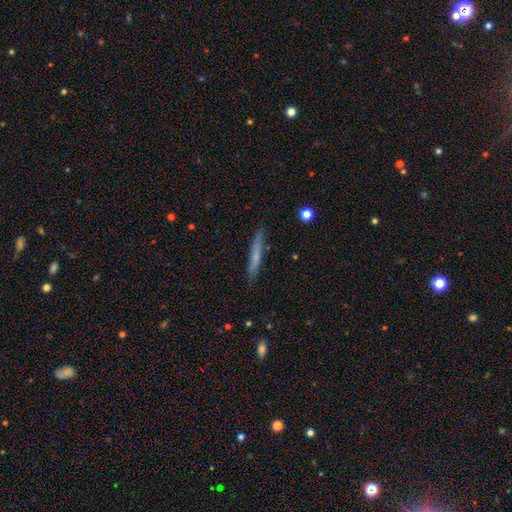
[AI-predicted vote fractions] A smooth galaxy with no disk features (58%) that is cigar-shaped (95%).

Vote fractions:
- Smooth or featured? smooth: 58% / featured or disk: 35% / star or artifact: 7%
- How rounded? cigar-shaped: 95% / in between: 4% / round: 1%
- Merging? none: 85% / minor disturbance: 11% / major disturbance: 2% / merger: 1%